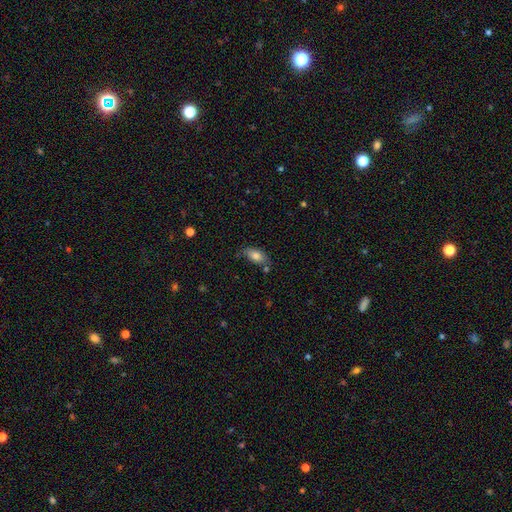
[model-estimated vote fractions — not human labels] The model was most divided on "merging": none: 67%, minor disturbance: 21%, merger: 8%, major disturbance: 5%. More confident: how rounded — in between (89%); smooth or featured — smooth (82%).